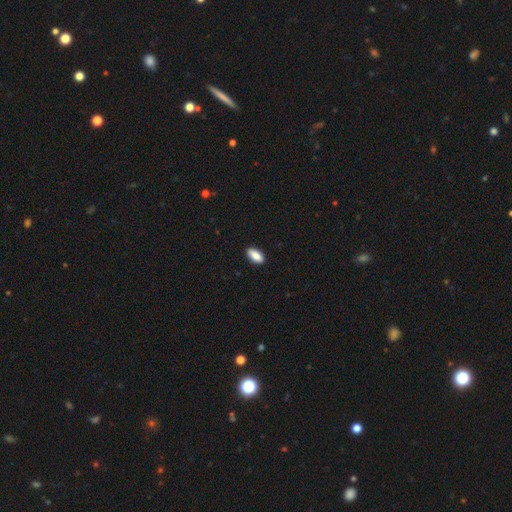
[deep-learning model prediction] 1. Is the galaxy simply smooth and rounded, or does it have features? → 88% smooth, 6% star or artifact, 6% featured or disk.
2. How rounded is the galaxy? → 90% in between, 8% cigar-shaped, 2% round.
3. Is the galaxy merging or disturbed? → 89% none, 9% minor disturbance, 2% major disturbance, 1% merger.